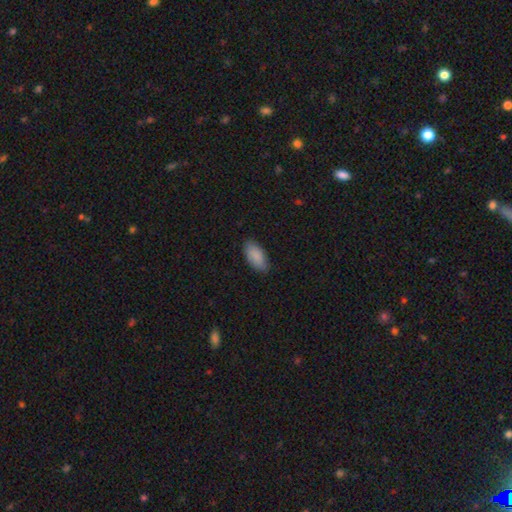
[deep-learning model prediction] smooth-or-featured: smooth: 88% | star or artifact: 6% | featured or disk: 6%
  how-rounded: in between: 92% | cigar-shaped: 6% | round: 2%
  merging: none: 80% | minor disturbance: 16% | major disturbance: 3% | merger: 1%